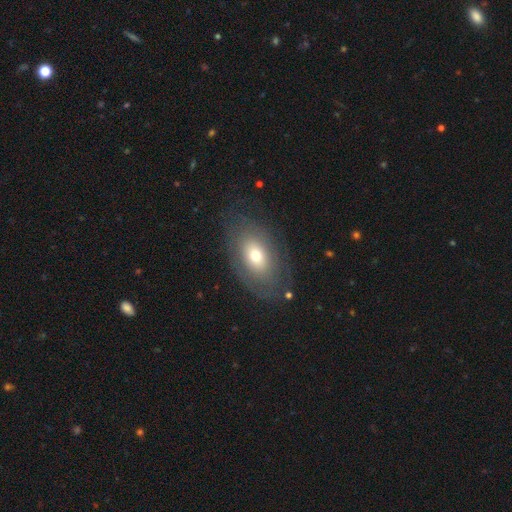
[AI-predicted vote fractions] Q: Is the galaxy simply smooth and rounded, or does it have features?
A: smooth — 54%.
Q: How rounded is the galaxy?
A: in between — 87%.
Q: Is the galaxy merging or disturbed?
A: none — 74%.